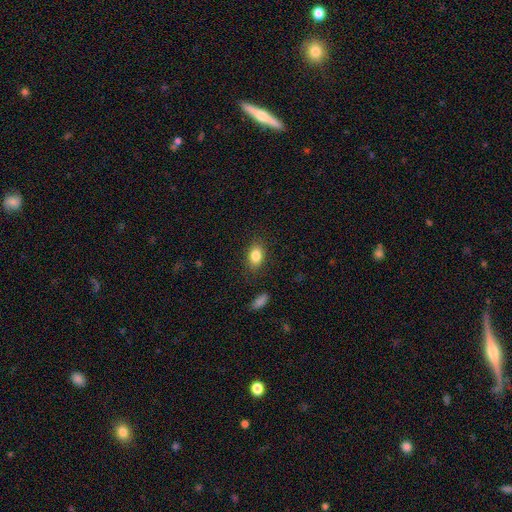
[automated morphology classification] smooth-or-featured: smooth: 84% | star or artifact: 9% | featured or disk: 8%
  how-rounded: in between: 83% | round: 15% | cigar-shaped: 2%
  merging: none: 84% | minor disturbance: 11% | major disturbance: 3% | merger: 2%